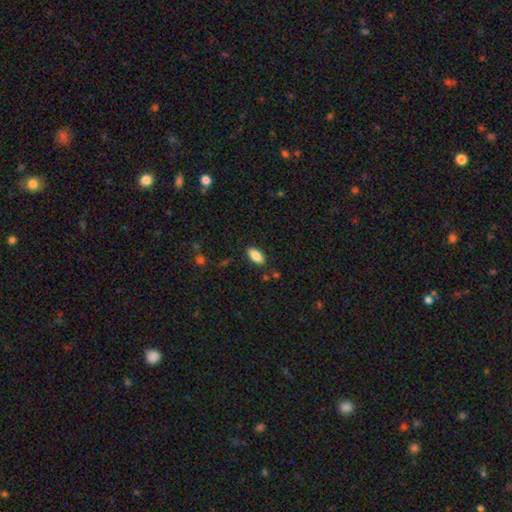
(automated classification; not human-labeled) Overall: smooth (85%). How rounded: in between (90%). Merging: none (85%).